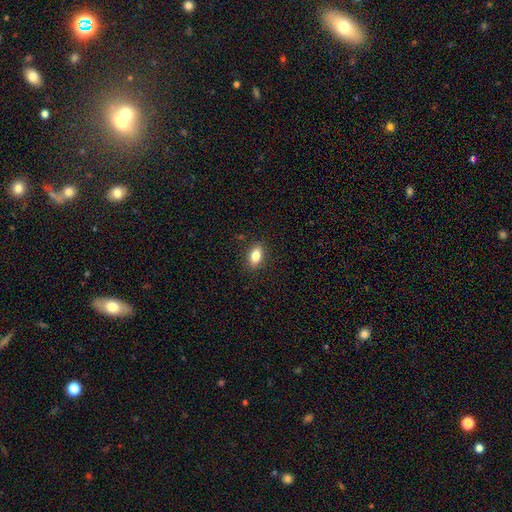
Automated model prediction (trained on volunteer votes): smooth-or-featured: smooth: 83% | star or artifact: 9% | featured or disk: 8%
  how-rounded: in between: 87% | round: 9% | cigar-shaped: 5%
  merging: none: 88% | minor disturbance: 9% | major disturbance: 2% | merger: 1%